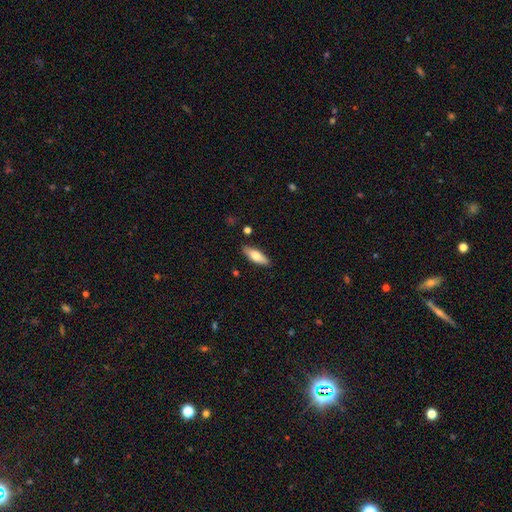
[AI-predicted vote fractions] smooth_or_featured: smooth (p=0.68) [alt: featured or disk p=0.26]
how_rounded: in between (p=0.59) [alt: cigar-shaped p=0.39]
merging: none (p=0.87) [alt: minor disturbance p=0.09]